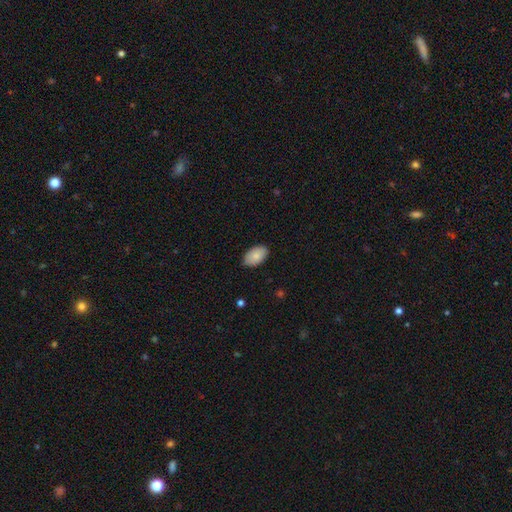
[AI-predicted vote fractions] smooth 86%, featured or disk 7%, star or artifact 6%. Down the decision tree: how rounded — in between (94%); merging — none (86%).